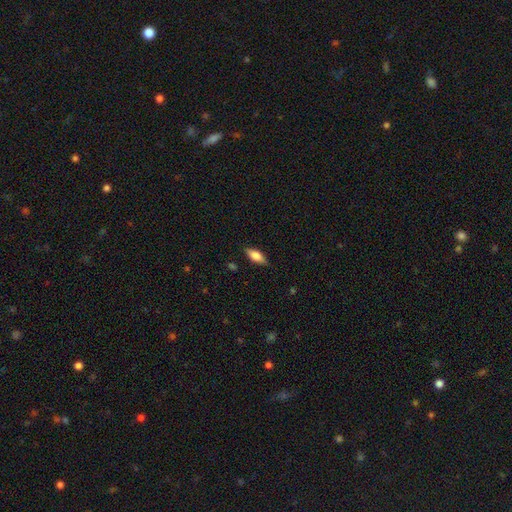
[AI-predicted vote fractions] A smooth galaxy with no disk features (68%) that is in between round and cigar-shaped (75%). Merging: none (83%).